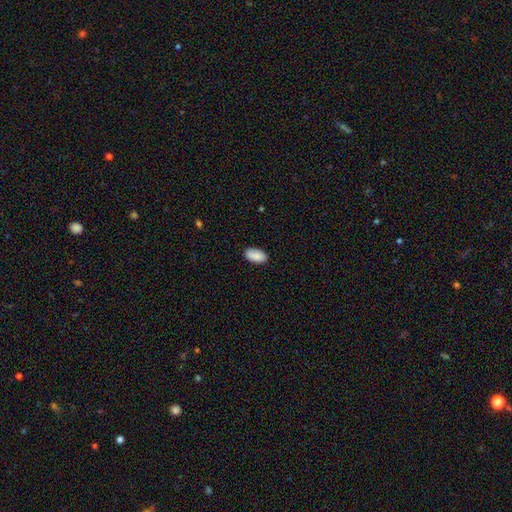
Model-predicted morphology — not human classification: A smooth galaxy with no disk features (89%) that is in between round and cigar-shaped (95%). Merging: none (88%).